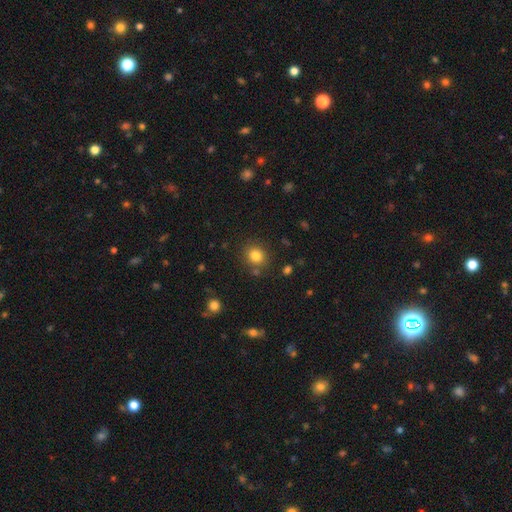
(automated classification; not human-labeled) Smooth or featured? Predicted: smooth (p=0.82). How rounded? Predicted: round (p=0.80). Merging? Predicted: none (p=0.82).